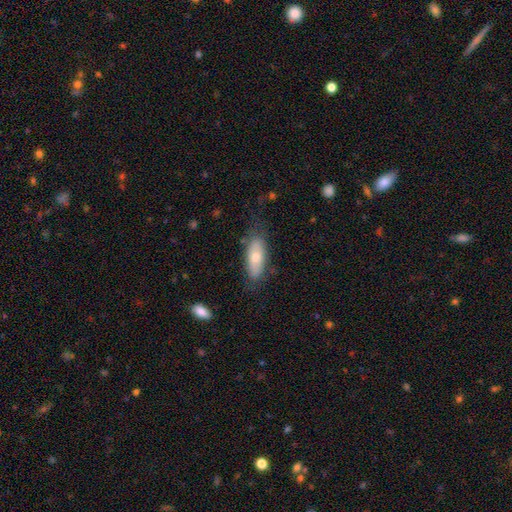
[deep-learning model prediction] smooth 65%, featured or disk 28%, star or artifact 7%. Down the decision tree: how rounded — in between (70%); merging — none (72%).